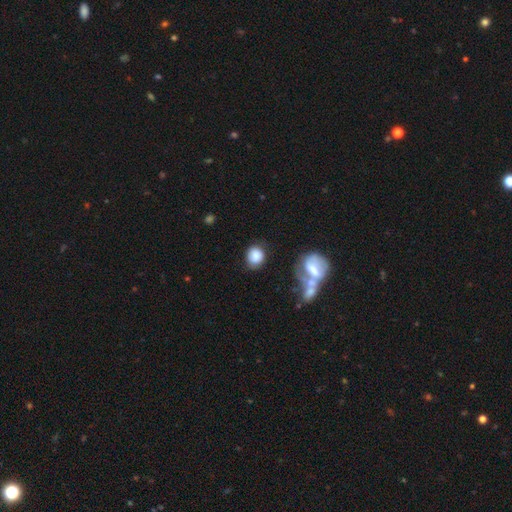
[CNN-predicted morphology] smooth_or_featured: smooth (p=0.81) [alt: featured or disk p=0.11]
how_rounded: round (p=0.70) [alt: in between p=0.29]
merging: none (p=0.62) [alt: minor disturbance p=0.20]